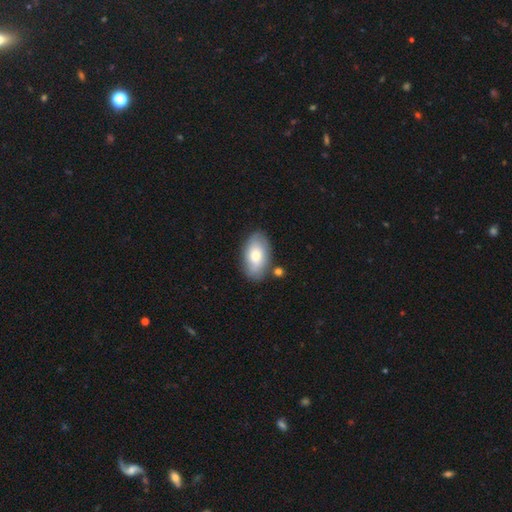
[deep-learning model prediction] smooth-or-featured: smooth: 68% | featured or disk: 25% | star or artifact: 6%
  how-rounded: in between: 92% | round: 6% | cigar-shaped: 2%
  merging: none: 77% | minor disturbance: 14% | merger: 5% | major disturbance: 4%